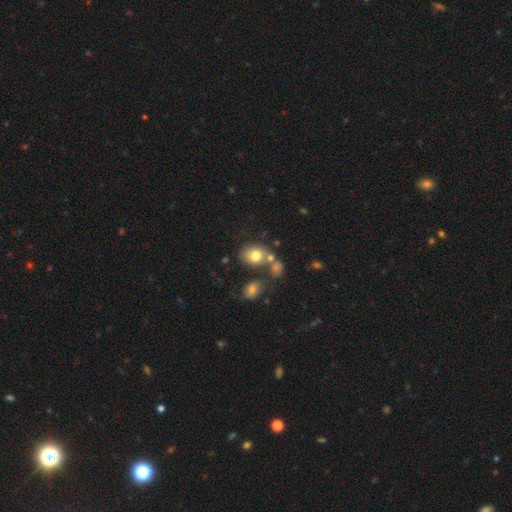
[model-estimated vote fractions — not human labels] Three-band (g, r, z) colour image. It shows a smooth galaxy with no disk features (76%) that is in between round and cigar-shaped (54%). Merging: none (57%).